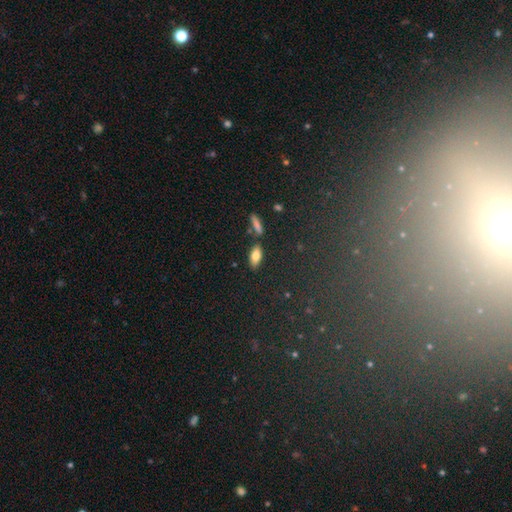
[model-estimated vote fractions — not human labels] A smooth galaxy with no disk features (78%) that is in between round and cigar-shaped (83%). Merging: none (82%).